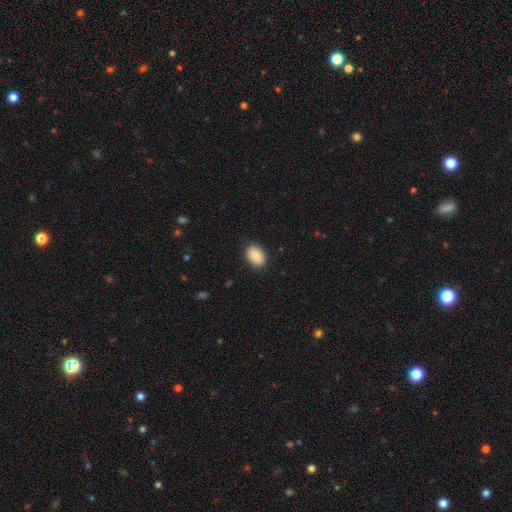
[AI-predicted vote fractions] Smooth or featured: smooth — 90% (star or artifact — 7%)
How rounded: in between — 85% (round — 14%)
Merging: none — 88% (minor disturbance — 9%)